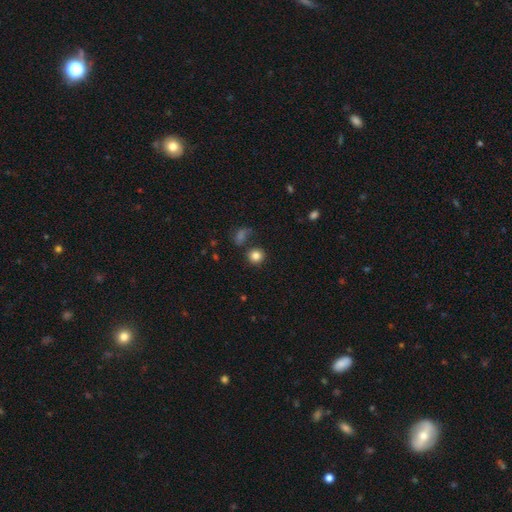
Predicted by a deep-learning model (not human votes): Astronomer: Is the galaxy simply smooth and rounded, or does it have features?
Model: smooth — 84%.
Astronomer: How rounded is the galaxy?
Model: round — 89%.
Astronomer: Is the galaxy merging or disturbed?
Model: none — 79%.